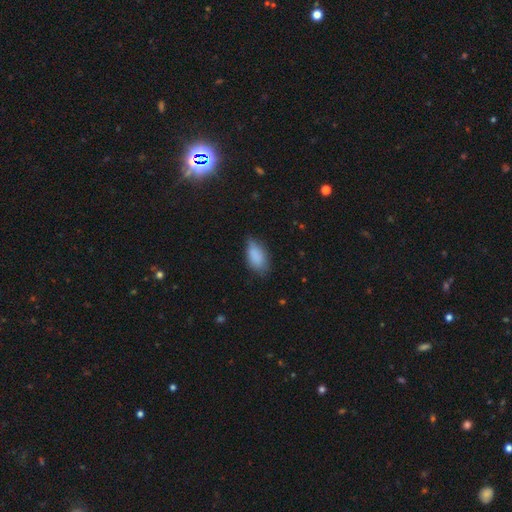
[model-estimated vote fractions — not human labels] Overall: smooth (85%). How rounded: in between (90%). Merging: none (58%; minor disturbance 33%).